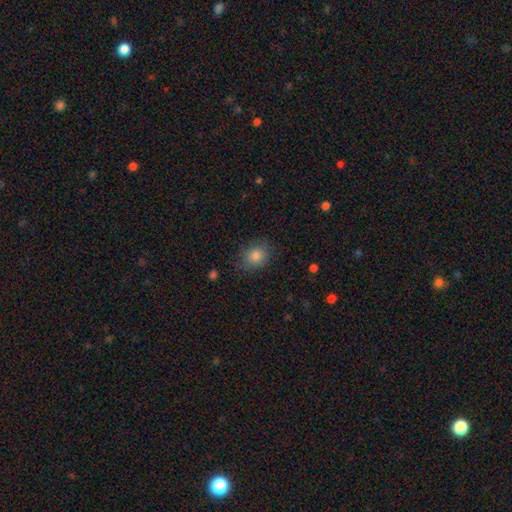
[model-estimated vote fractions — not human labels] smooth 82%, star or artifact 11%, featured or disk 7%. Down the decision tree: how rounded — round (58%); merging — none (80%).